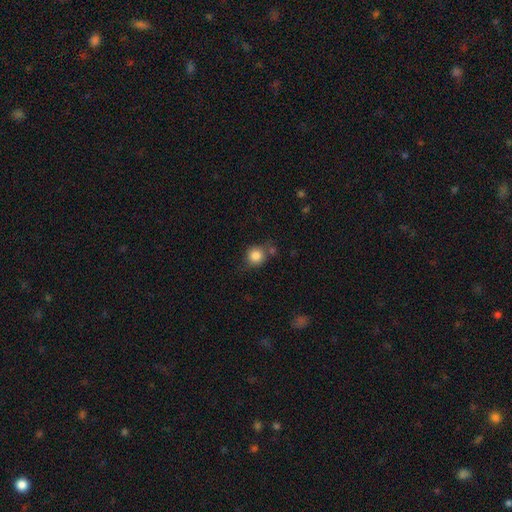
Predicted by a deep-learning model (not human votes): This appears to be a smooth galaxy with no disk features (83%) that is round (87%). Merging: none (65%).